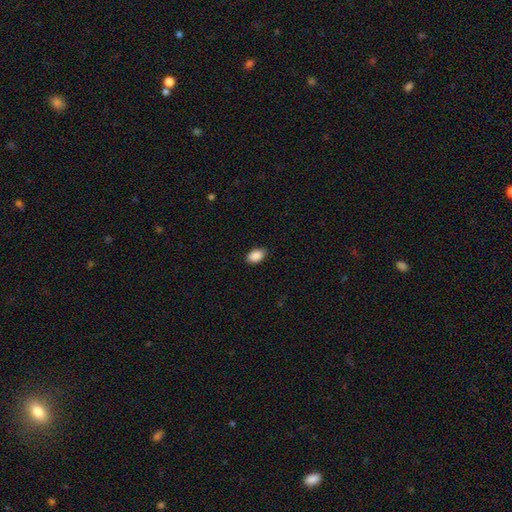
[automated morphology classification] Overall: smooth (90%). How rounded: in between (90%). Merging: none (87%).